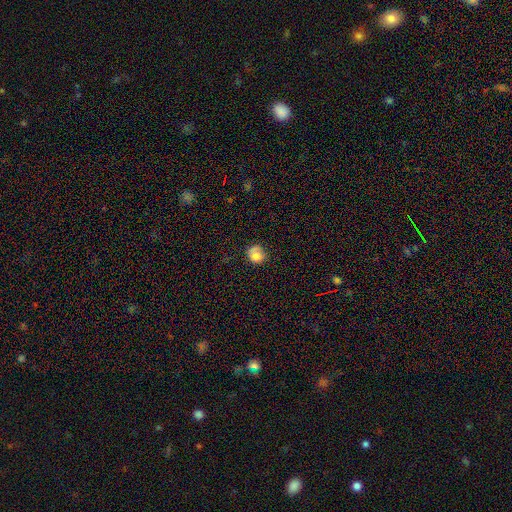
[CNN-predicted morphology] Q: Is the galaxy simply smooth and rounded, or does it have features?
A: smooth — 74%.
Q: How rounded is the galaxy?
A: round — 71%.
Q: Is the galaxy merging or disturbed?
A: none — 52%.